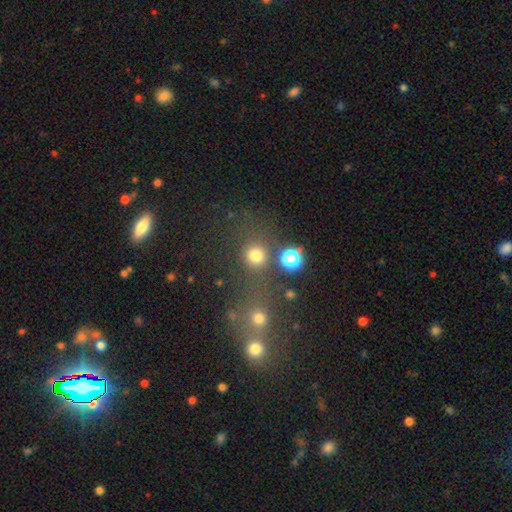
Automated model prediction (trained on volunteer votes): smooth-or-featured: smooth: 75% | star or artifact: 19% | featured or disk: 6%
  how-rounded: round: 89% | in between: 10% | cigar-shaped: 1%
  merging: none: 68% | merger: 17% | minor disturbance: 9% | major disturbance: 6%